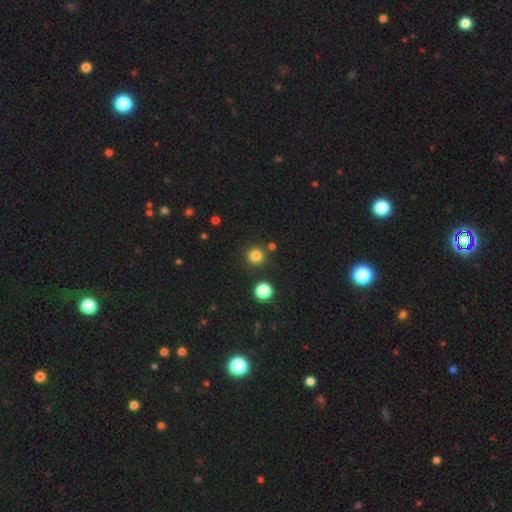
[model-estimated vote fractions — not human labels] Q: Smooth or featured?
A: smooth (82%); runner-up: star or artifact (14%)
Q: How rounded?
A: round (95%); runner-up: in between (4%)
Q: Merging?
A: none (87%); runner-up: minor disturbance (6%)